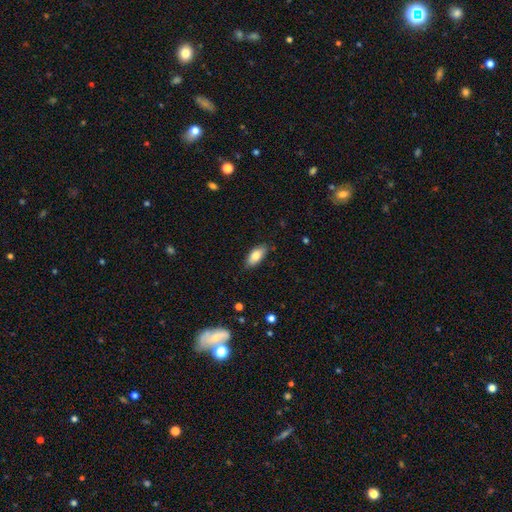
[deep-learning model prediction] Smooth or featured? smooth (82%)
How rounded? in between (88%)
Merging? none (83%)